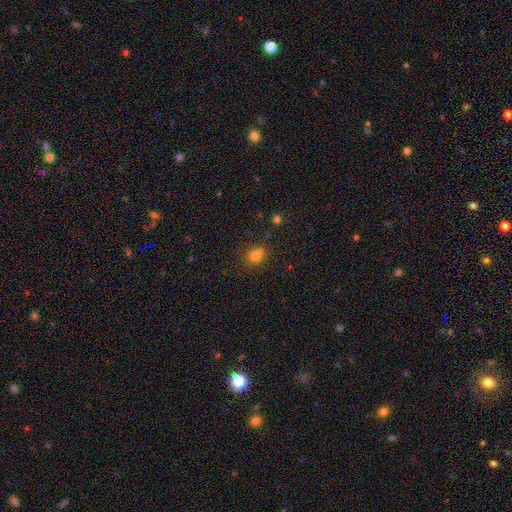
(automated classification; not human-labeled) The model was most divided on "merging": none: 57%, merger: 22%, minor disturbance: 16%, major disturbance: 5%. More confident: smooth or featured — smooth (75%); how rounded — round (67%).